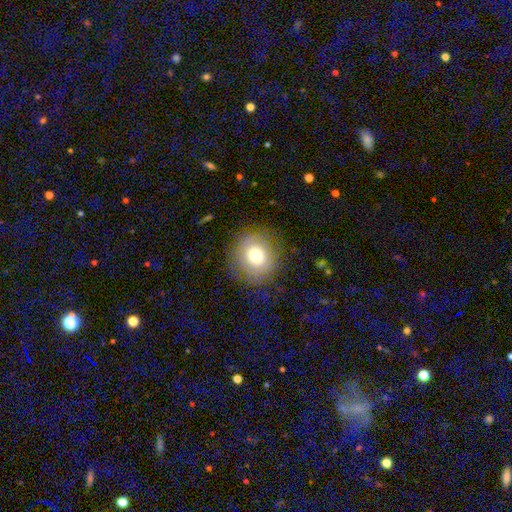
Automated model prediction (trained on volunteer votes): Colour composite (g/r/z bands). It shows a smooth galaxy with no disk features (68%) that is round (84%). Merging: none (76%).